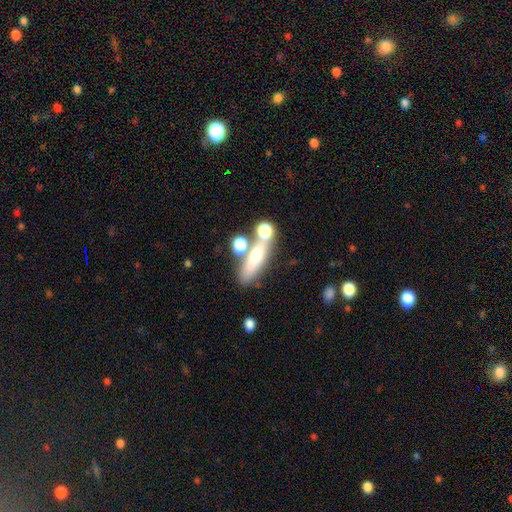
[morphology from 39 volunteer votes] This is likely a smooth galaxy (62%). How rounded: possibly in between (46%, tied with cigar-shaped). Merging: marginally none (45%).